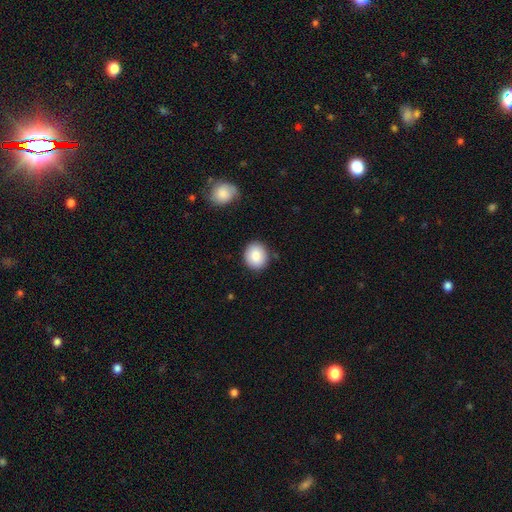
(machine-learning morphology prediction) This appears to be a smooth galaxy with no disk features (84%) that is round (76%). Merging: none (88%).